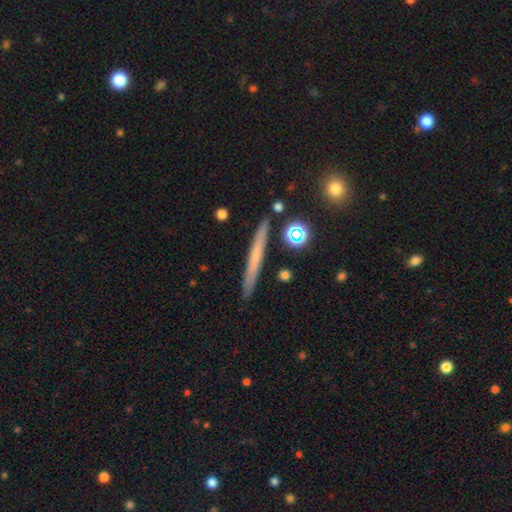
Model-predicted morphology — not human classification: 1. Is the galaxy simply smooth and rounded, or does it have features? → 51% smooth, 41% featured or disk, 7% star or artifact.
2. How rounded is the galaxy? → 95% cigar-shaped, 3% in between, 2% round.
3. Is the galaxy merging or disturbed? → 89% none, 7% minor disturbance, 2% merger, 2% major disturbance.